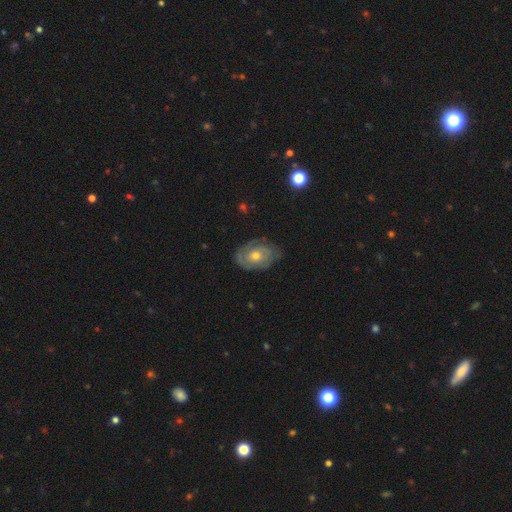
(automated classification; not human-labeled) A featured or disk galaxy (75%) with no bar (80%), 2 (46%) tight (67%) spiral arms (86%) and a moderate central bulge (65%).

Vote fractions:
- Smooth or featured? featured or disk: 75% / smooth: 19% / star or artifact: 6%
- Edge-on disk? no: 96% / yes: 4%
- Bar? no: 80% / weak: 17% / strong: 3%
- Spiral arms? yes: 86% / no: 14%
- Spiral winding? tight: 67% / medium: 25% / loose: 8%
- Spiral arm count? 2: 46% / can't tell: 31% / 3: 11% / 1: 7% / 4: 3% / more than 4: 3%
- Bulge size? moderate: 65% / small: 30% / large: 3% / none: 1% / dominant: 1%
- Merging? none: 72% / minor disturbance: 21% / major disturbance: 6% / merger: 1%